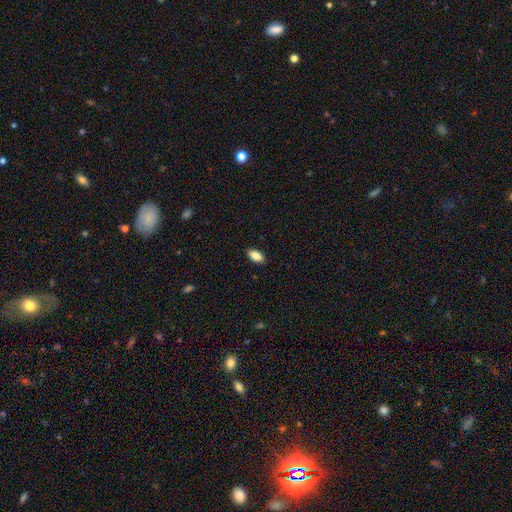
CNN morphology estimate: smooth-or-featured: smooth: 86% | star or artifact: 7% | featured or disk: 7%
  how-rounded: in between: 91% | cigar-shaped: 6% | round: 3%
  merging: none: 89% | minor disturbance: 8% | major disturbance: 2% | merger: 1%